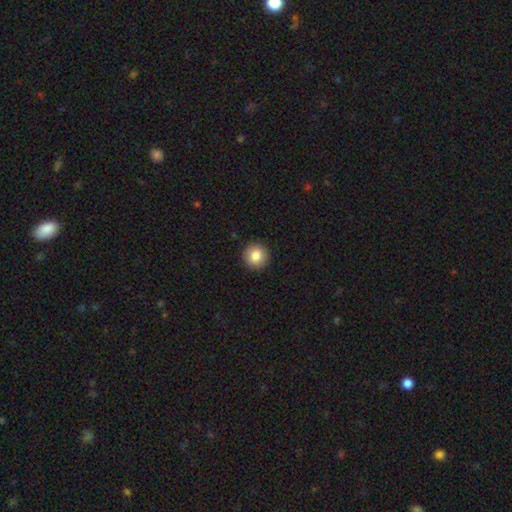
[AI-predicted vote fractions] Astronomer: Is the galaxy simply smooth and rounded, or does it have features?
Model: smooth — 85%.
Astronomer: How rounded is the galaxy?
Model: round — 94%.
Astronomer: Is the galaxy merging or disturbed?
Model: none — 92%.